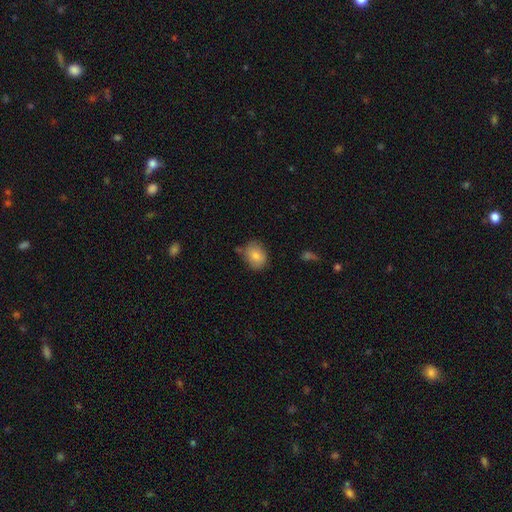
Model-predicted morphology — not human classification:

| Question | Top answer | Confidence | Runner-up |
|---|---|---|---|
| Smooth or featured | smooth | 81% | featured or disk (11%) |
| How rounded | in between | 54% | round (45%) |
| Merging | none | 72% | minor disturbance (19%) |